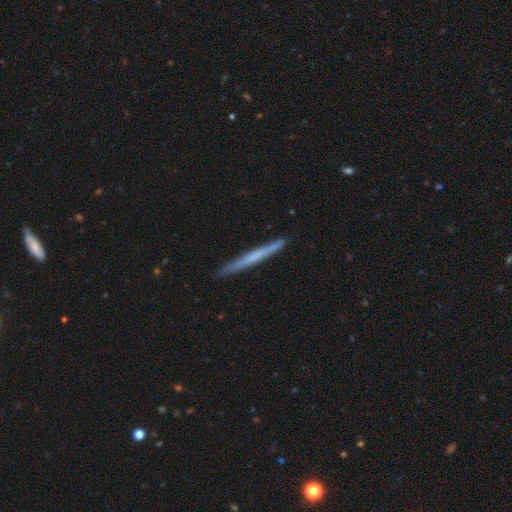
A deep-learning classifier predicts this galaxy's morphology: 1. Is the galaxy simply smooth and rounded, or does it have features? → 47% featured or disk (tied), 47% smooth (tied), 6% star or artifact.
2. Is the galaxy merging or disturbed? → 90% none, 7% minor disturbance, 1% major disturbance, 1% merger.